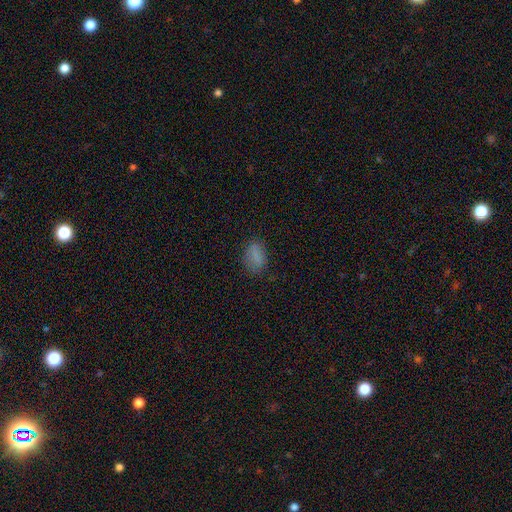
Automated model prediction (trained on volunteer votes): smooth_or_featured: smooth (p=0.79) [alt: star or artifact p=0.11]
how_rounded: in between (p=0.85) [alt: round p=0.11]
merging: none (p=0.74) [alt: minor disturbance p=0.18]